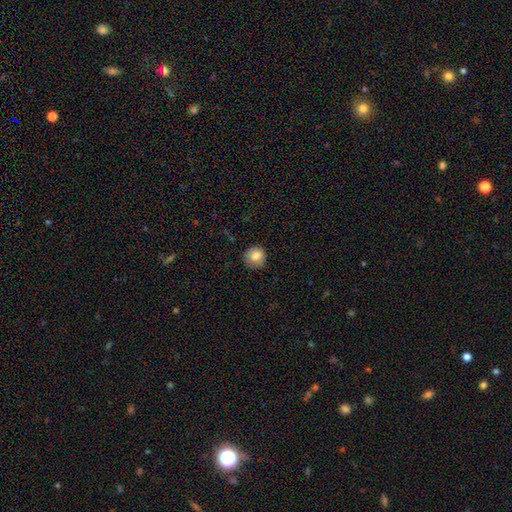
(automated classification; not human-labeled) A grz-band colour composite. It shows a smooth galaxy with no disk features (84%) that is round (92%). Merging: none (82%).